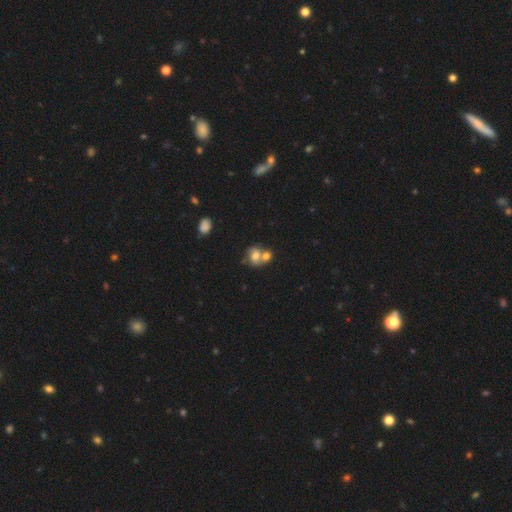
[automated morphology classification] smooth-or-featured: smooth: 69% | featured or disk: 21% | star or artifact: 10%
  how-rounded: round: 57% | in between: 42% | cigar-shaped: 1%
  merging: merger: 59% | none: 28% | minor disturbance: 8% | major disturbance: 4%